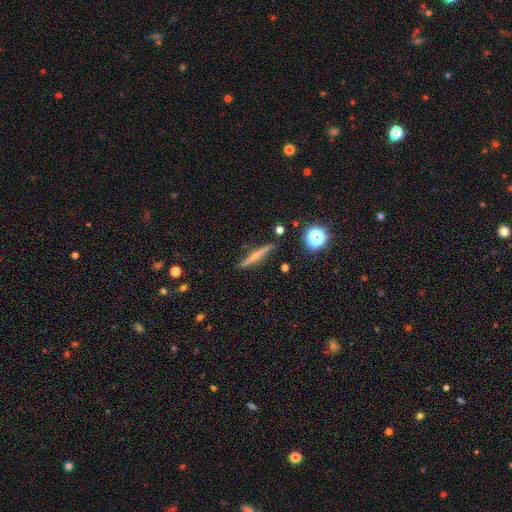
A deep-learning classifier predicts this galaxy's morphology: Smooth or featured: featured or disk — 51% (smooth — 39%)
Edge-on disk: yes — 96% (no — 4%)
Merging: none — 87% (minor disturbance — 9%)